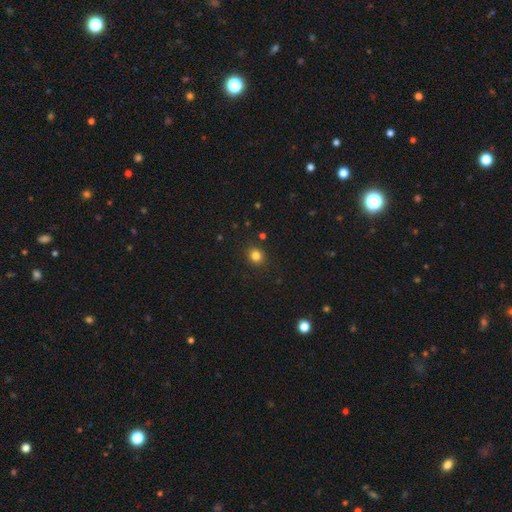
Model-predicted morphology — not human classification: Smooth or featured: smooth — 82% (star or artifact — 13%)
How rounded: round — 78% (in between — 21%)
Merging: none — 89% (minor disturbance — 7%)